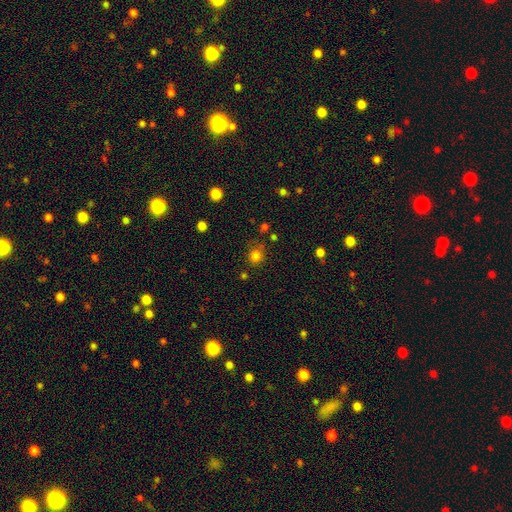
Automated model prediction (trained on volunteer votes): Smooth or featured? smooth (79%)
How rounded? round (80%)
Merging? none (73%)